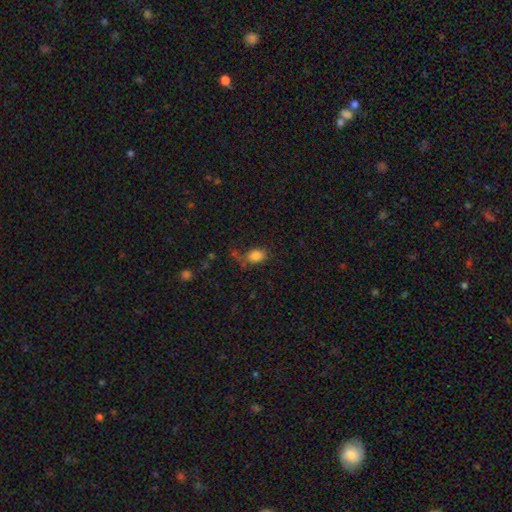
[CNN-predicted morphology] smooth_or_featured: smooth (p=0.83) [alt: star or artifact p=0.11]
how_rounded: in between (p=0.66) [alt: round p=0.32]
merging: none (p=0.54) [alt: minor disturbance p=0.23]